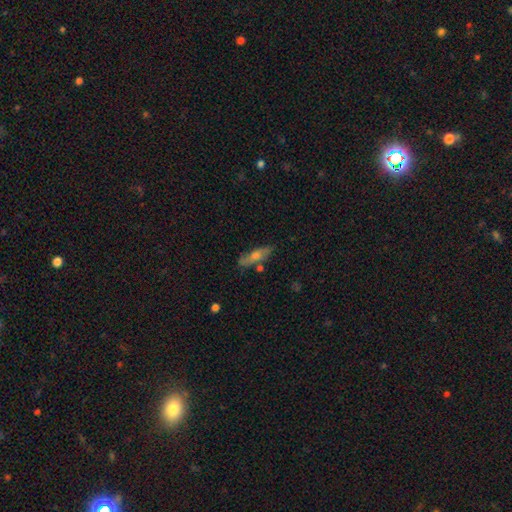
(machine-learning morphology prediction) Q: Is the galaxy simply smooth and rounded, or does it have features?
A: smooth — 49%.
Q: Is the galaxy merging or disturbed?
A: none — 75%.